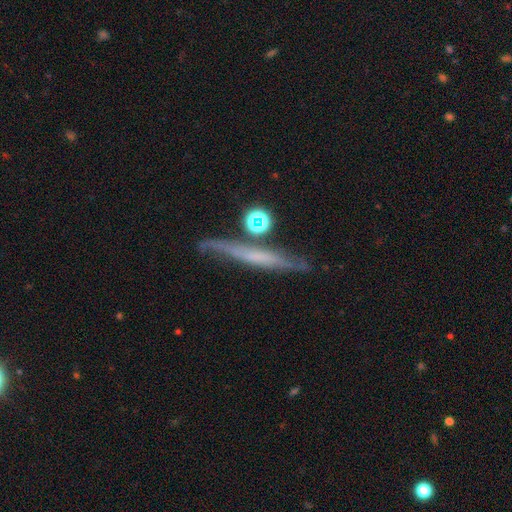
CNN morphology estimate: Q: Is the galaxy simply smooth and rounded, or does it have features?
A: featured or disk — 56%.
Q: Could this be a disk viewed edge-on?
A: yes — 86%.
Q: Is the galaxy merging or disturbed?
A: none — 67%.